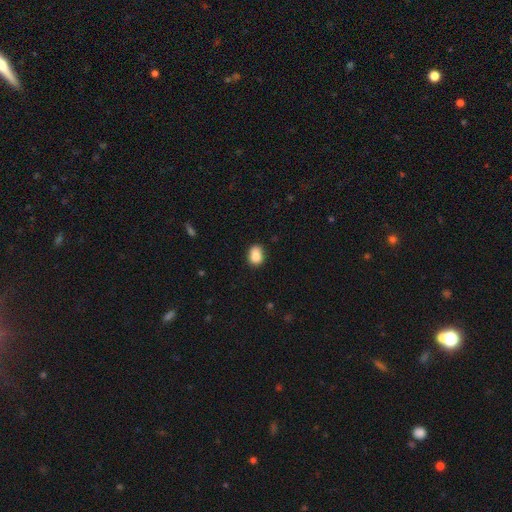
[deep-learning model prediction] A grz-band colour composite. It shows a smooth galaxy with no disk features (85%) that is in between round and cigar-shaped (66%). Merging: none (70%).